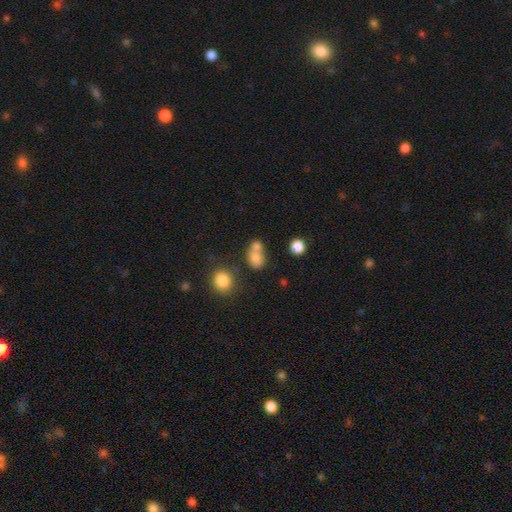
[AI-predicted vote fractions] A smooth galaxy with no disk features (76%) that is in between round and cigar-shaped (52%).

Vote fractions:
- Smooth or featured? smooth: 76% / star or artifact: 13% / featured or disk: 12%
- How rounded? in between: 52% / round: 46% / cigar-shaped: 2%
- Merging? merger: 53% / none: 32% / minor disturbance: 10% / major disturbance: 5%